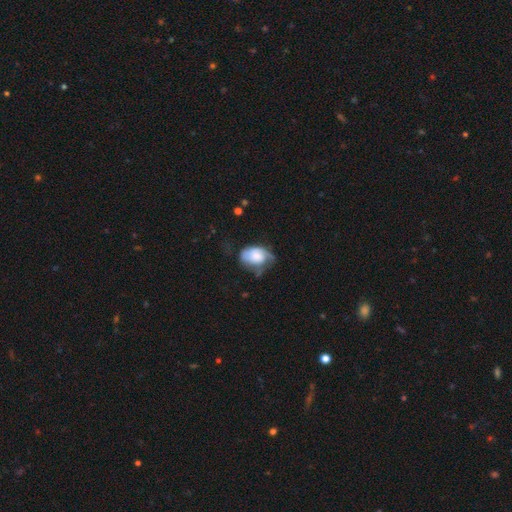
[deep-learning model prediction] smooth 57%, featured or disk 36%, star or artifact 7%. Down the decision tree: how rounded — in between (81%); merging — minor disturbance (37%).